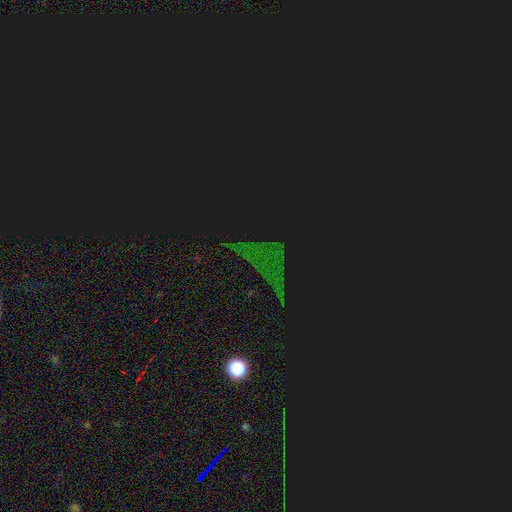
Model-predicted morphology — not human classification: Smooth or featured? Predicted: star or artifact (p=0.81).